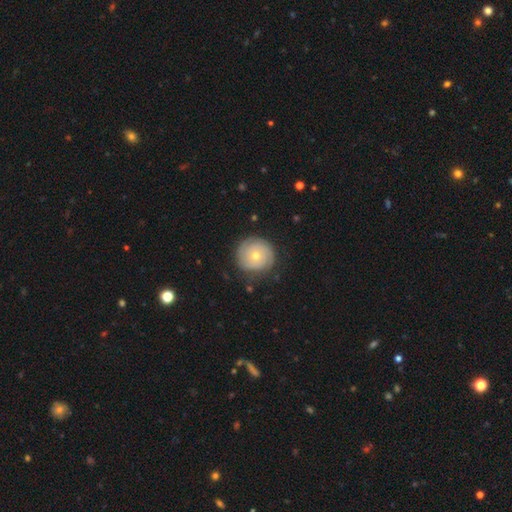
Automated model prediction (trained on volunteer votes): The model was most divided on "bulge size": moderate: 52%, small: 44%, large: 2%, none: 1%, dominant: 1%. More confident: edge-on disk — no (98%); bar — no (85%); spiral arms — yes (83%); merging — none (82%); smooth or featured — featured or disk (59%).